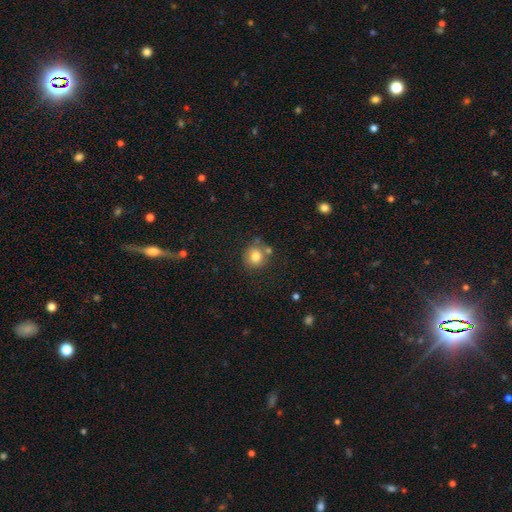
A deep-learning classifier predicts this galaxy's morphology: A smooth galaxy with no disk features (80%) that is round (87%).

Vote fractions:
- Smooth or featured? smooth: 80% / star or artifact: 10% / featured or disk: 9%
- How rounded? round: 87% / in between: 12% / cigar-shaped: 1%
- Merging? none: 69% / merger: 14% / minor disturbance: 13% / major disturbance: 4%